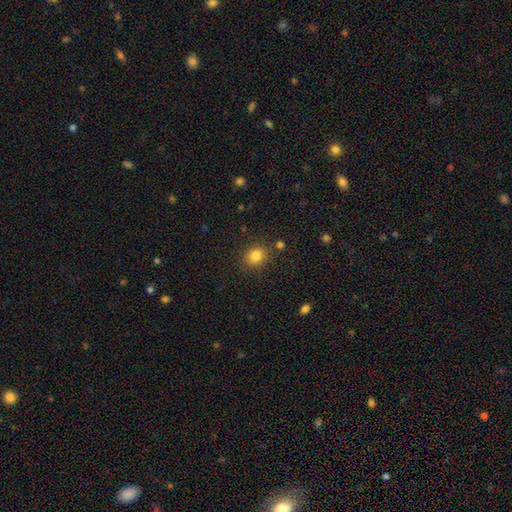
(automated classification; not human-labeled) Smooth or featured: smooth — 83% (star or artifact — 12%)
How rounded: round — 74% (in between — 25%)
Merging: none — 86% (minor disturbance — 9%)